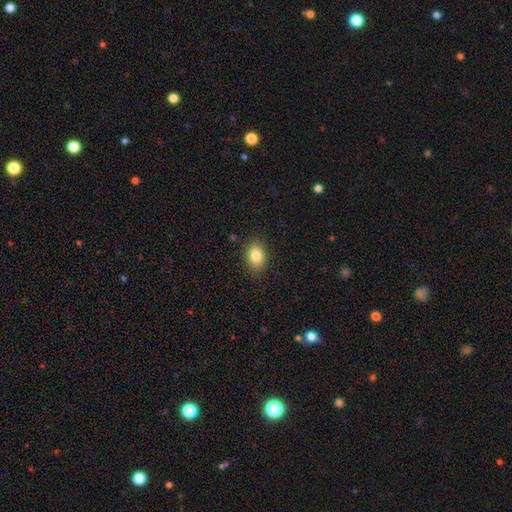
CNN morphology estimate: The model was most divided on "how rounded": in between: 75%, round: 24%, cigar-shaped: 1%. More confident: merging — none (86%); smooth or featured — smooth (84%).